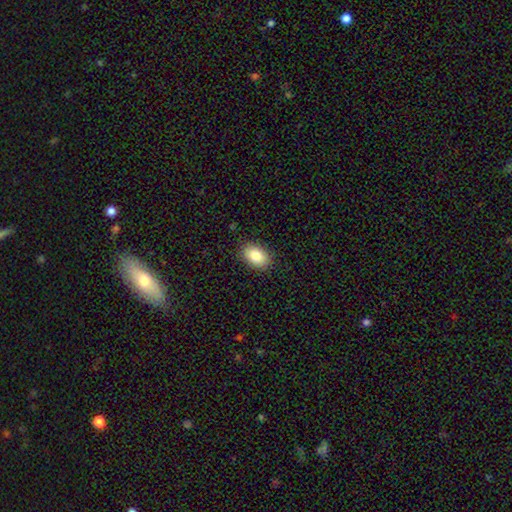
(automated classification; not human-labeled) Q: Smooth or featured?
A: smooth (84%); runner-up: featured or disk (8%)
Q: How rounded?
A: in between (87%); runner-up: round (11%)
Q: Merging?
A: none (88%); runner-up: minor disturbance (9%)